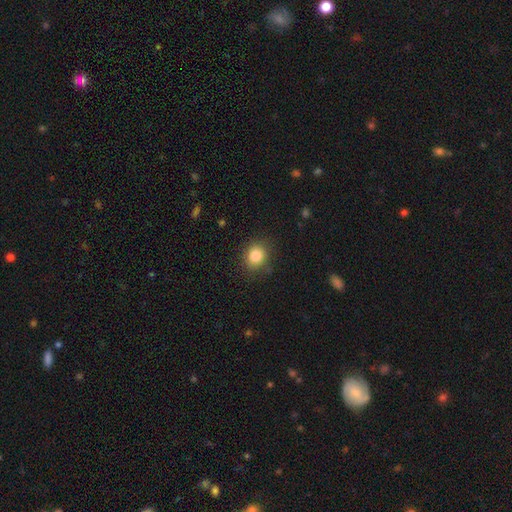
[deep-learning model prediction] The model was most divided on "how rounded": round: 67%, in between: 32%, cigar-shaped: 1%. More confident: merging — none (84%); smooth or featured — smooth (84%).